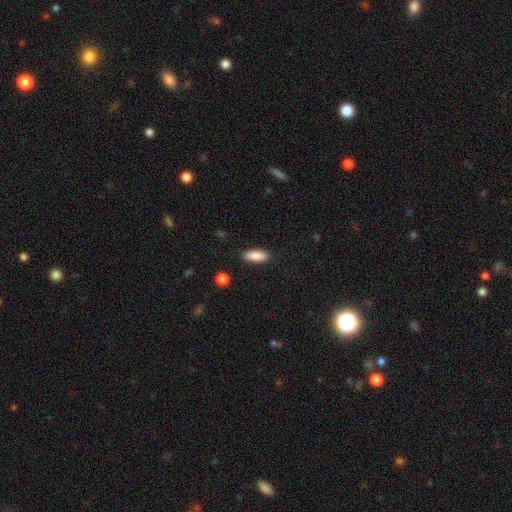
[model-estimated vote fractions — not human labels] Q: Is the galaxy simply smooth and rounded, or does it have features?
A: smooth — 88%.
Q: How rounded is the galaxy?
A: in between — 65%.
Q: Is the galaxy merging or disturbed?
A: none — 88%.